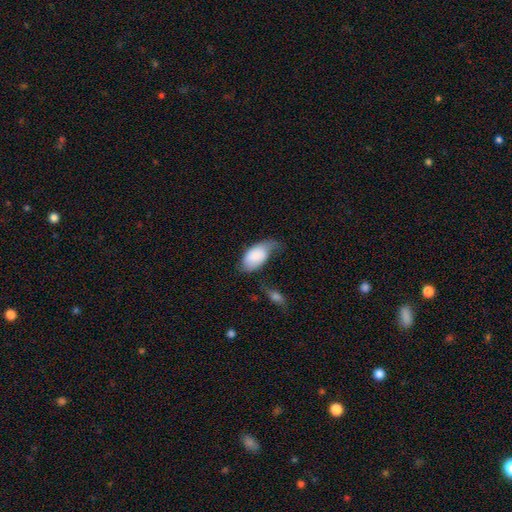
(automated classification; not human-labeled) A smooth galaxy with no disk features (79%) that is in between round and cigar-shaped (94%).

Vote fractions:
- Smooth or featured? smooth: 79% / featured or disk: 15% / star or artifact: 6%
- How rounded? in between: 94% / round: 4% / cigar-shaped: 2%
- Merging? minor disturbance: 37% / major disturbance: 31% / none: 26% / merger: 6%